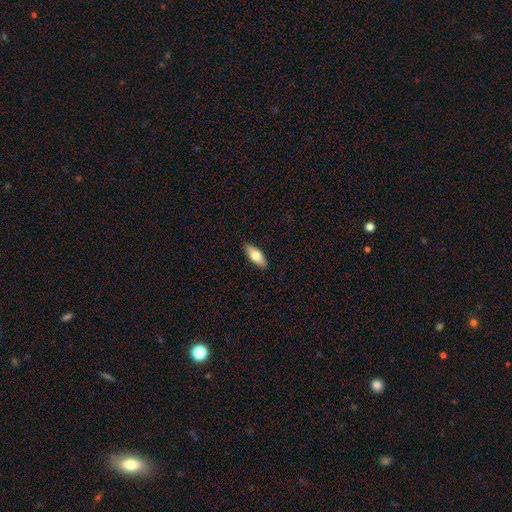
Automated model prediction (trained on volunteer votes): smooth_or_featured: smooth (p=0.69) [alt: featured or disk p=0.25]
how_rounded: in between (p=0.74) [alt: cigar-shaped p=0.23]
merging: none (p=0.90) [alt: minor disturbance p=0.08]